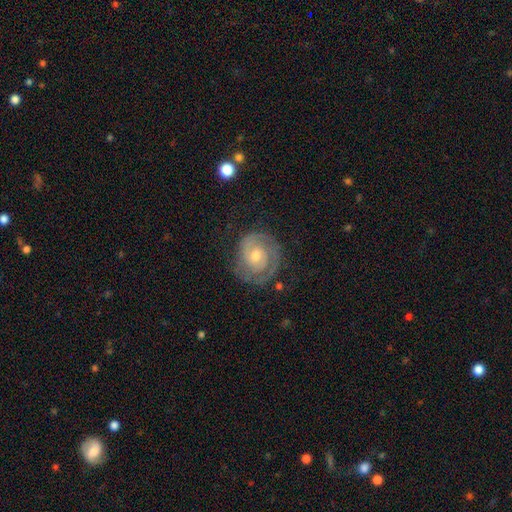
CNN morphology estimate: This appears to be a featured or disk galaxy (84%) with no bar (64%), 2 (62%) tight (71%) spiral arms (95%) and a moderate central bulge (55%). Merging: none (75%).